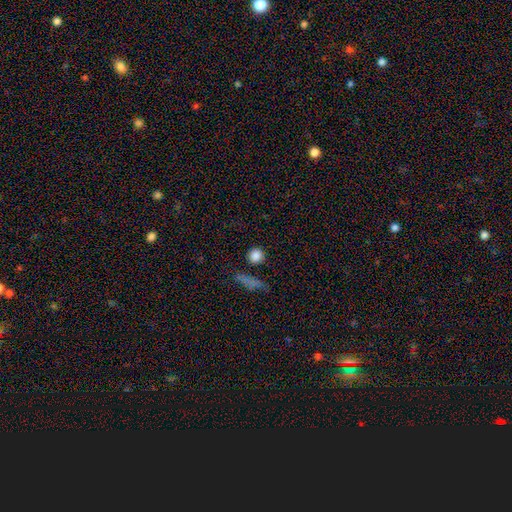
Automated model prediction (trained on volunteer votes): Overall: smooth (84%). How rounded: round (93%). Merging: none (86%).